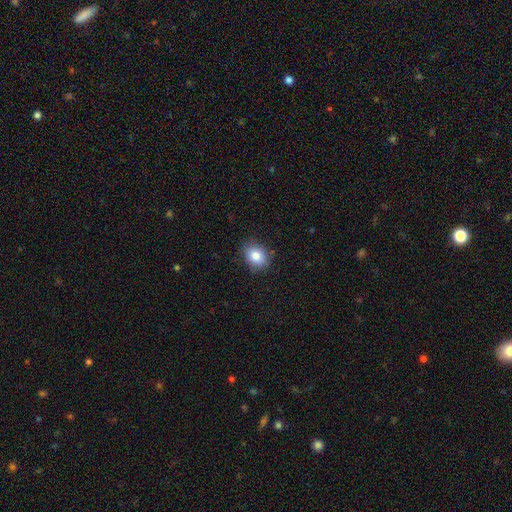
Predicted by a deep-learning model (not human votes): Morphology: type=smooth (83%); roundness=in between (59%); merging=none (84%).